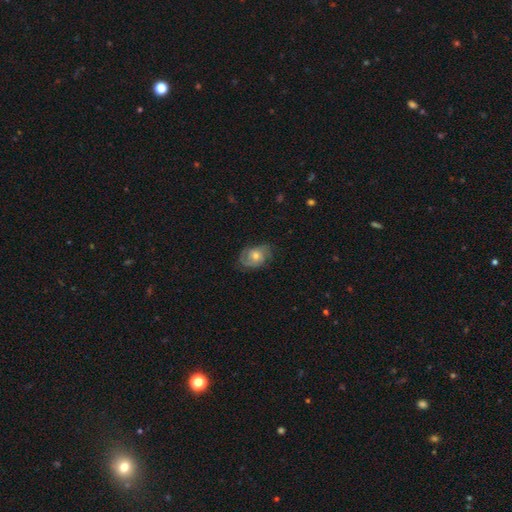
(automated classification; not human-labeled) This appears to be a featured or disk galaxy (69%) with no bar (76%), 2 (47%) tight (46%) spiral arms (89%) and a moderate central bulge (60%). Merging: none (72%).